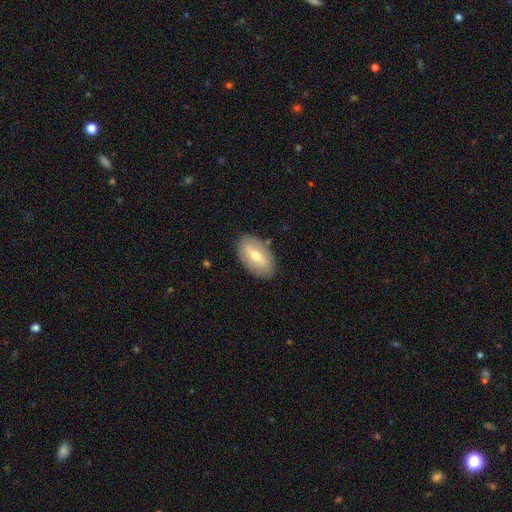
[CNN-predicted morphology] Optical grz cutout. It shows a smooth galaxy with no disk features (54%) that is in between round and cigar-shaped (92%). Merging: none (85%).